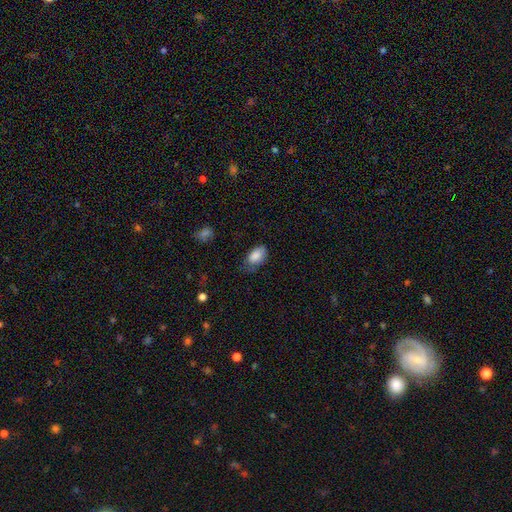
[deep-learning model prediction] Smooth or featured?
  - smooth: 86% *
  - featured or disk: 8%
  - star or artifact: 7%
How rounded?
  - in between: 93% *
  - round: 5%
  - cigar-shaped: 2%
Merging?
  - none: 49% *
  - minor disturbance: 37%
  - major disturbance: 12%
  - merger: 2%